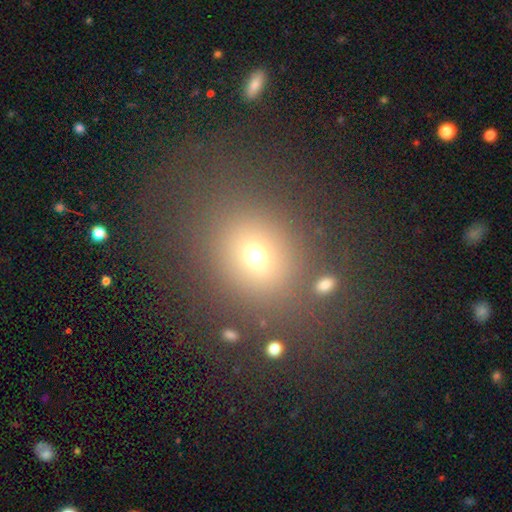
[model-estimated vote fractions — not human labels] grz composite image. It shows a smooth galaxy with no disk features (68%) that is round (62%). Merging: none (75%).